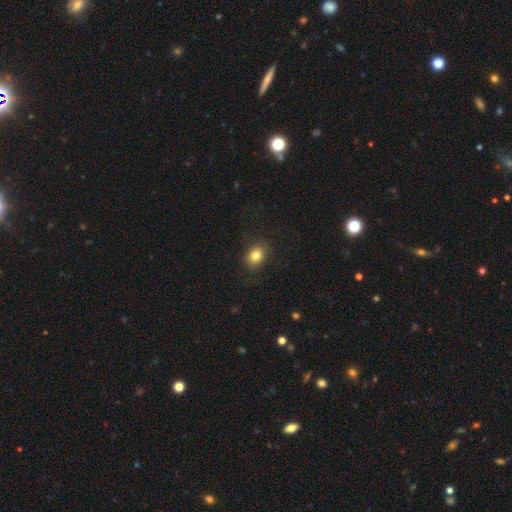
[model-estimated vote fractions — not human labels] Q: Smooth or featured?
A: smooth (83%); runner-up: star or artifact (10%)
Q: How rounded?
A: in between (62%); runner-up: round (37%)
Q: Merging?
A: none (86%); runner-up: minor disturbance (10%)